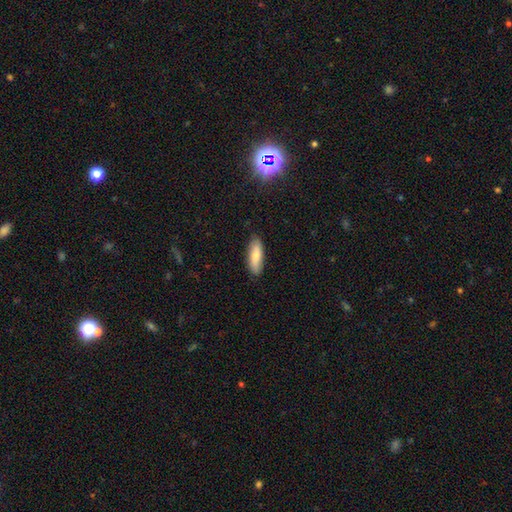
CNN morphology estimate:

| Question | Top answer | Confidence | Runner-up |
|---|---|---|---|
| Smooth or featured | smooth | 77% | featured or disk (17%) |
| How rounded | in between | 58% | cigar-shaped (40%) |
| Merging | none | 85% | minor disturbance (12%) |